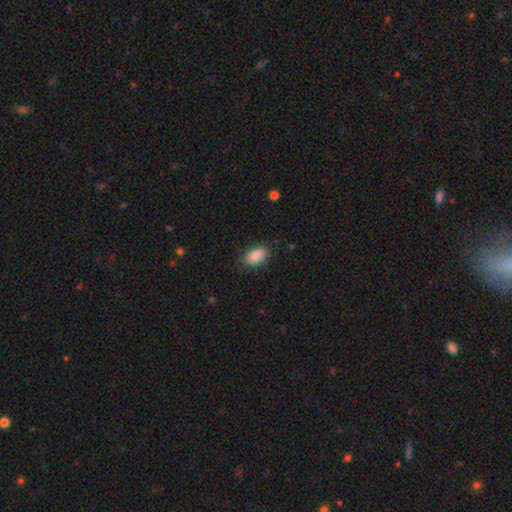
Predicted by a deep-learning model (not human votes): This appears to be a smooth galaxy with no disk features (89%) that is in between round and cigar-shaped (92%). Merging: none (86%).